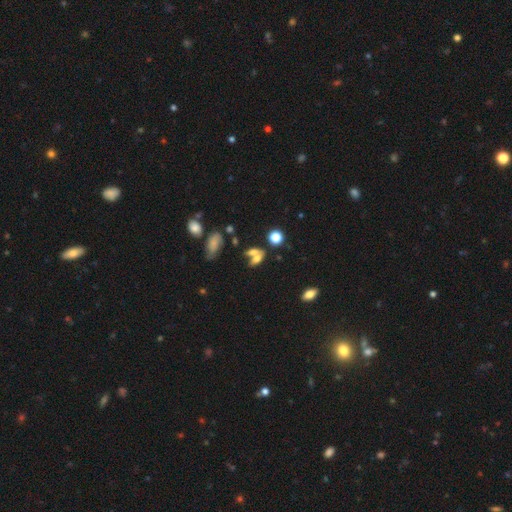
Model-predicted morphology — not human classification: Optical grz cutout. It shows a smooth galaxy with no disk features (61%) that is in between round and cigar-shaped (68%). Merging: merger (47%).